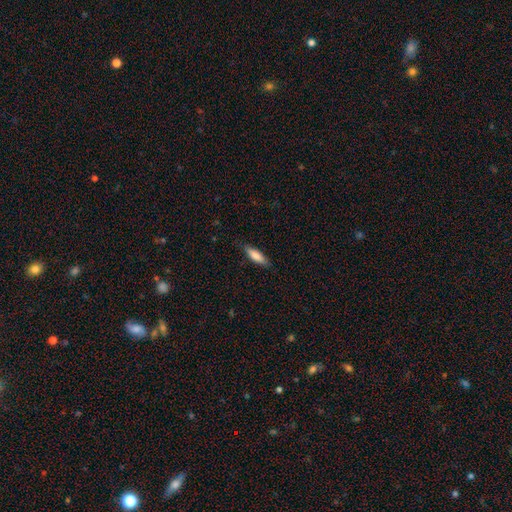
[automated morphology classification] Smooth or featured? Predicted: smooth (p=0.80). How rounded? Predicted: cigar-shaped (p=0.57). Merging? Predicted: none (p=0.83).